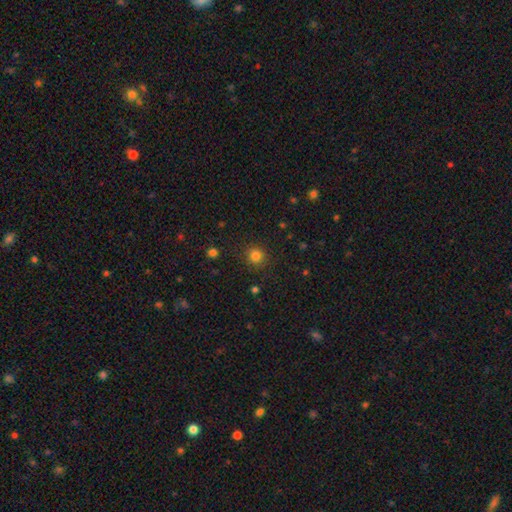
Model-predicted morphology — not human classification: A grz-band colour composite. It shows a smooth galaxy with no disk features (81%) that is round (91%). Merging: none (89%).